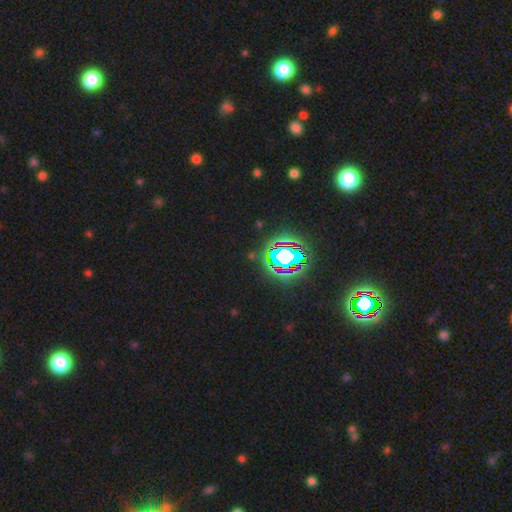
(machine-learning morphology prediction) A star or artifact, not a galaxy (76%).